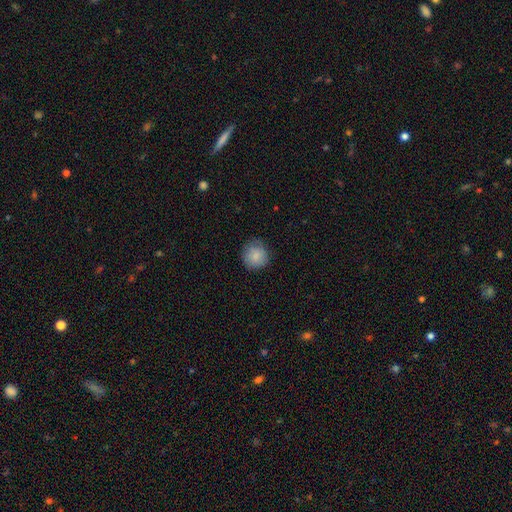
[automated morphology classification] Q: Smooth or featured?
A: smooth (86%); runner-up: star or artifact (8%)
Q: How rounded?
A: round (91%); runner-up: in between (8%)
Q: Merging?
A: none (81%); runner-up: minor disturbance (15%)